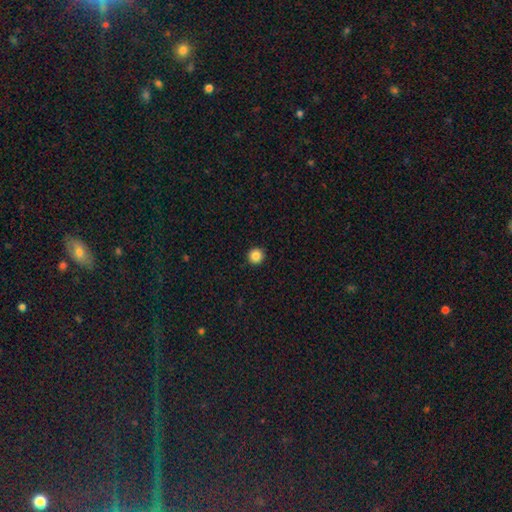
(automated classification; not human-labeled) Smooth or featured?
  - smooth: 86% *
  - star or artifact: 10%
  - featured or disk: 4%
How rounded?
  - round: 96% *
  - in between: 3%
  - cigar-shaped: 1%
Merging?
  - none: 94% *
  - minor disturbance: 4%
  - major disturbance: 1%
  - merger: 1%